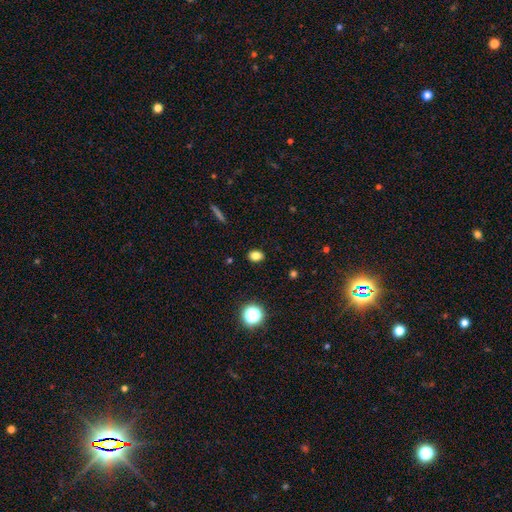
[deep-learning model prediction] smooth_or_featured: smooth (p=0.81) [alt: star or artifact p=0.14]
how_rounded: in between (p=0.65) [alt: round p=0.34]
merging: none (p=0.89) [alt: minor disturbance p=0.08]